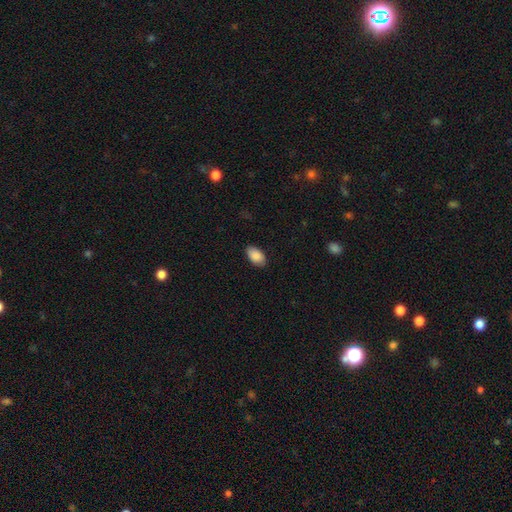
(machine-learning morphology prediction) A smooth galaxy with no disk features (89%) that is in between round and cigar-shaped (94%).

Vote fractions:
- Smooth or featured? smooth: 89% / star or artifact: 7% / featured or disk: 4%
- How rounded? in between: 94% / round: 4% / cigar-shaped: 2%
- Merging? none: 86% / minor disturbance: 11% / major disturbance: 2% / merger: 1%